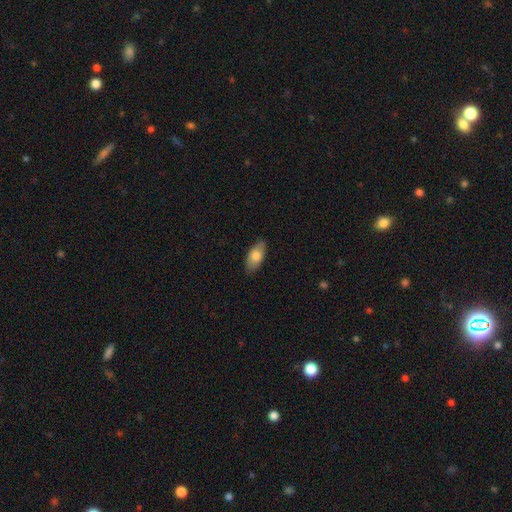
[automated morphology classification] The model was most divided on "smooth or featured": smooth: 77%, featured or disk: 17%, star or artifact: 6%. More confident: how rounded — in between (90%); merging — none (85%).